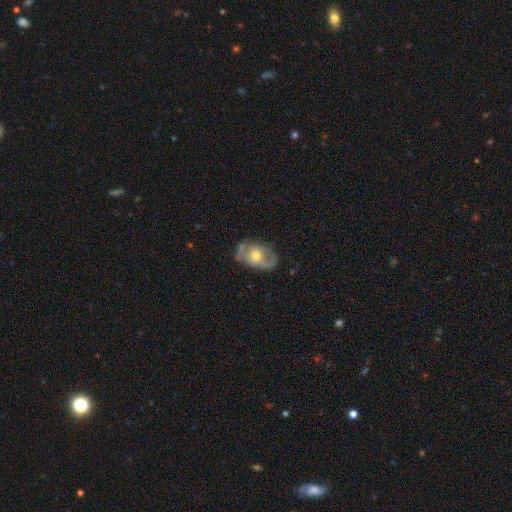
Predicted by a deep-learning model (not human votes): A featured or disk galaxy (62%) with no bar (70%), spiral arms (55%) and a moderate central bulge (64%).

Vote fractions:
- Smooth or featured? featured or disk: 62% / smooth: 31% / star or artifact: 6%
- Edge-on disk? no: 93% / yes: 7%
- Bar? no: 70% / weak: 22% / strong: 8%
- Spiral arms? yes: 55% / no: 45%
- Bulge size? moderate: 64% / small: 29% / large: 5% / none: 1% / dominant: 1%
- Merging? none: 57% / minor disturbance: 27% / major disturbance: 13% / merger: 3%